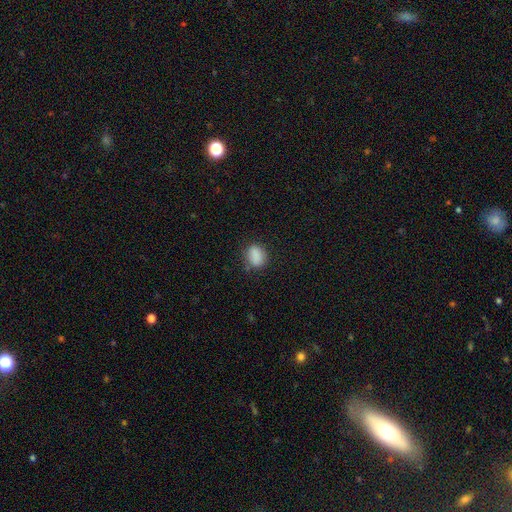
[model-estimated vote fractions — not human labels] Morphology: type=smooth (86%); roundness=in between (65%); merging=none (77%).